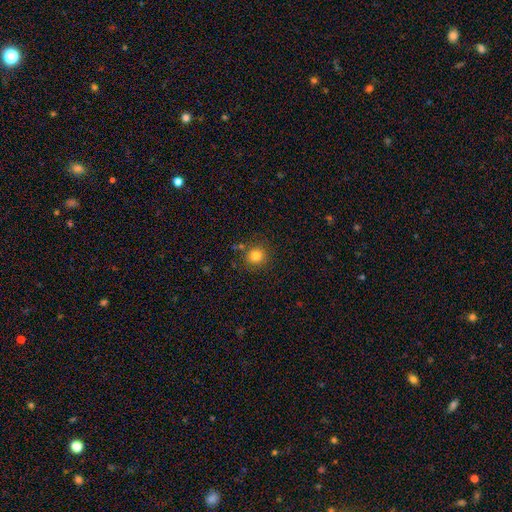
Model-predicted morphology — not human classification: The model was most divided on "smooth or featured": smooth: 81%, star or artifact: 13%, featured or disk: 6%. More confident: how rounded — round (92%); merging — none (85%).